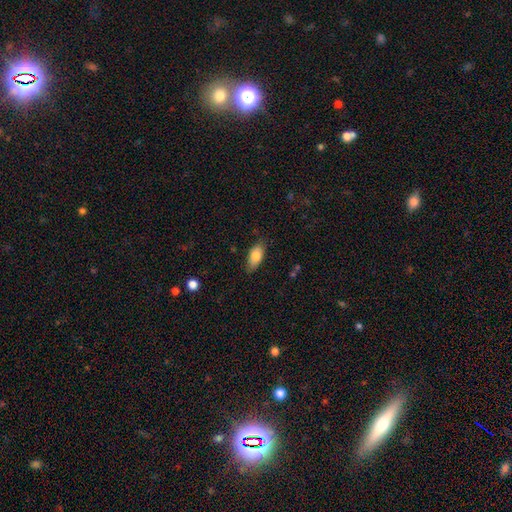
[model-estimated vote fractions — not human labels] Q: Smooth or featured?
A: smooth (80%); runner-up: featured or disk (13%)
Q: How rounded?
A: in between (88%); runner-up: cigar-shaped (9%)
Q: Merging?
A: none (80%); runner-up: minor disturbance (15%)